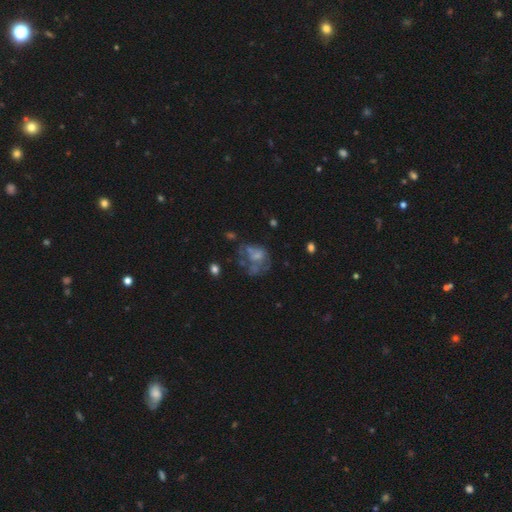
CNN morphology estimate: The model was most divided on "merging": major disturbance: 37%, none: 29%, minor disturbance: 19%, merger: 16%. Remaining: smooth or featured — featured or disk (49%).